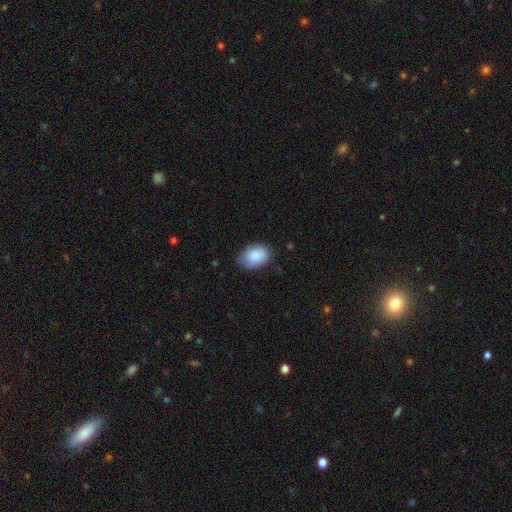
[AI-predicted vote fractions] This is clearly a smooth galaxy (86%). How rounded: clearly in between (81%). Merging: likely none (67%).